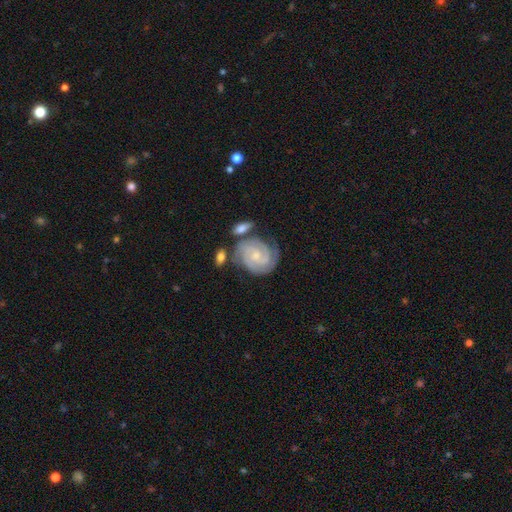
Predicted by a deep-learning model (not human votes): Overall: featured or disk (86%). Edge-on disk: no (97%). Bar: no (61%; weak 32%). Spiral arms: yes (98%). Spiral arm count: 2 (51%; 3 25%). Spiral winding: tight (75%). Bulge size: small (64%; moderate 29%). Merging: none (66%).